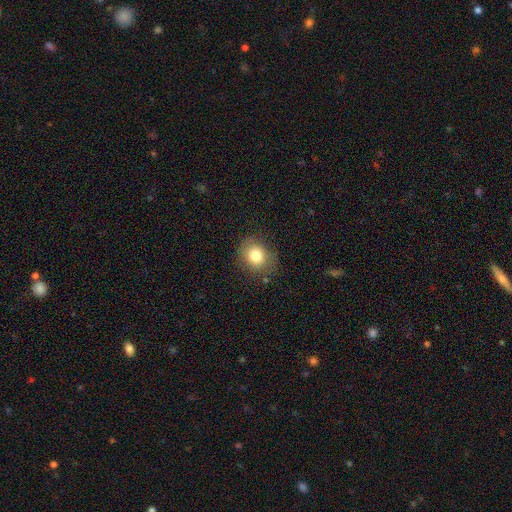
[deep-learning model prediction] smooth_or_featured: smooth (p=0.81) [alt: star or artifact p=0.10]
how_rounded: round (p=0.65) [alt: in between p=0.34]
merging: none (p=0.79) [alt: minor disturbance p=0.15]